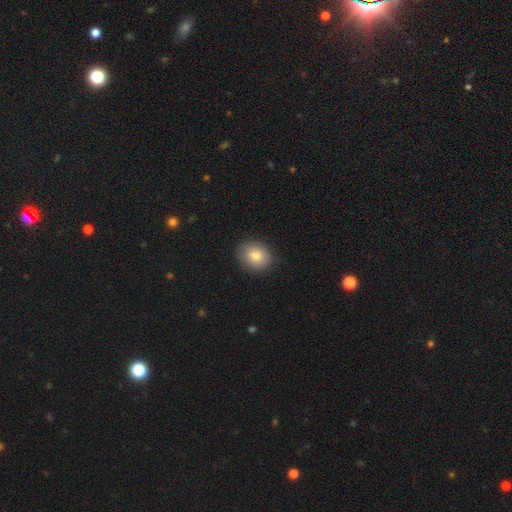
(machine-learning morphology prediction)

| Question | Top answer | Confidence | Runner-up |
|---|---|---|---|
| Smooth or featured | smooth | 83% | featured or disk (9%) |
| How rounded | round | 61% | in between (38%) |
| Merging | none | 87% | minor disturbance (10%) |